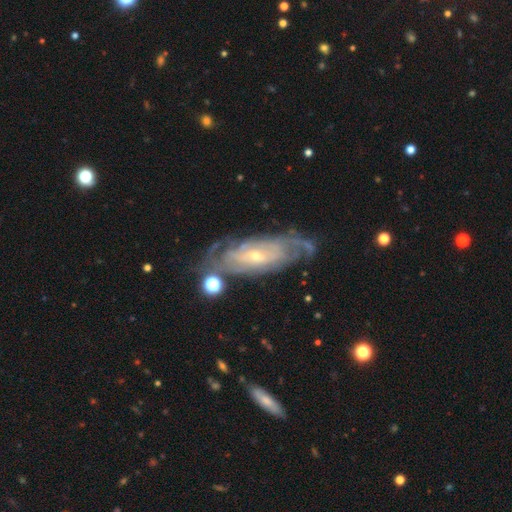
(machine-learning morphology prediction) Smooth or featured? featured or disk (82%)
Edge-on disk? no (87%)
Bar? no (56%)
Spiral arms? yes (89%)
Spiral winding? tight (68%)
Spiral arm count? can't tell (54%)
Bulge size? small (71%)
Merging? none (65%)